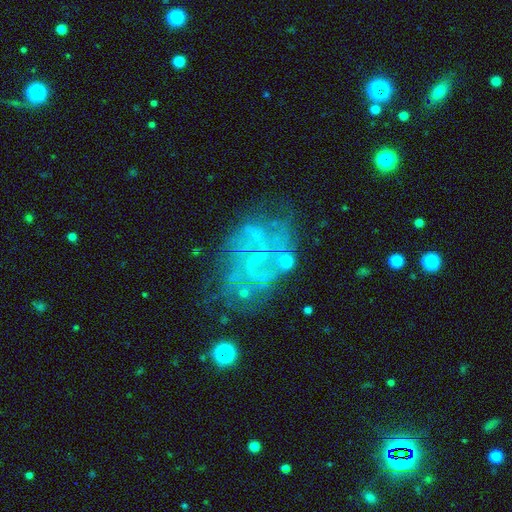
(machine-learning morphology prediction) This is likely a featured or disk galaxy (73%). It is clearly not viewed edge-on (98%). Bar: possibly no (57%). Spiral arm pattern: likely yes (76%). Spiral arm count: marginally 2 (36%, tied with can't tell). Spiral winding: marginally medium (40%). Central bulge: possibly none (48%). Merging: likely none (61%).